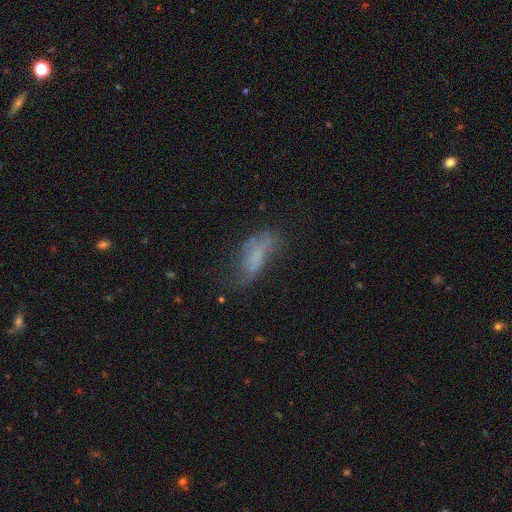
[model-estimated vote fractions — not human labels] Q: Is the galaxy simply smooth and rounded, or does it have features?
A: smooth — 56%.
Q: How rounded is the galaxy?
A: in between — 70%.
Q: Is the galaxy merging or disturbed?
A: none — 38%.